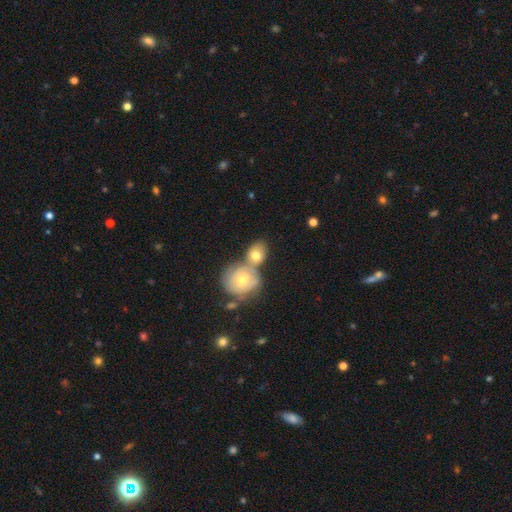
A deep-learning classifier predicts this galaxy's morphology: Q: Smooth or featured?
A: smooth (60%); runner-up: featured or disk (32%)
Q: How rounded?
A: round (54%); runner-up: in between (44%)
Q: Merging?
A: merger (47%); runner-up: none (37%)